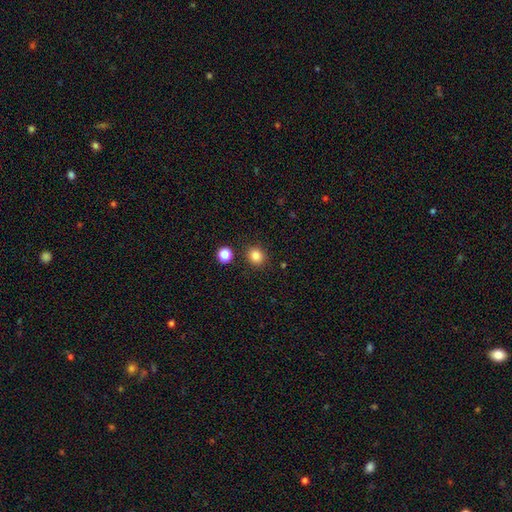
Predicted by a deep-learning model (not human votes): This is clearly a smooth galaxy (85%). How rounded: likely round (75%). Merging: clearly none (86%).